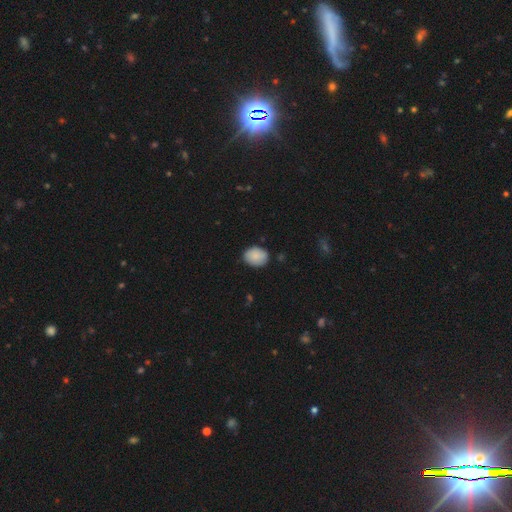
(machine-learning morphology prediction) A smooth galaxy with no disk features (88%) that is in between round and cigar-shaped (62%).

Vote fractions:
- Smooth or featured? smooth: 88% / star or artifact: 7% / featured or disk: 5%
- How rounded? in between: 62% / round: 37% / cigar-shaped: 1%
- Merging? none: 80% / minor disturbance: 16% / major disturbance: 3% / merger: 1%